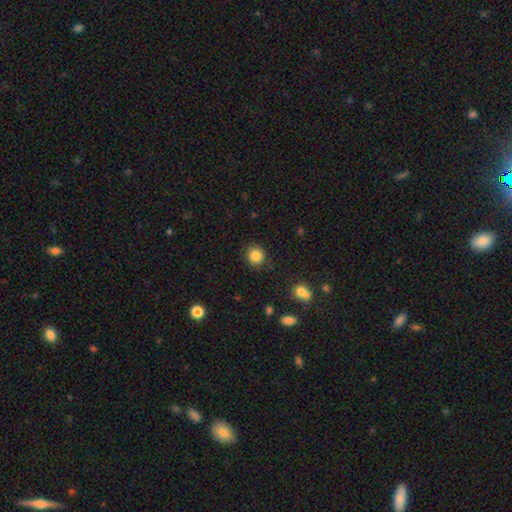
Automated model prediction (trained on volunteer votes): Morphology: type=smooth (84%); roundness=round (89%); merging=none (87%).